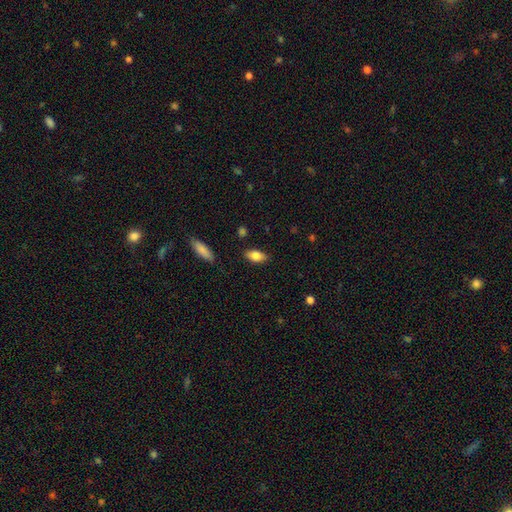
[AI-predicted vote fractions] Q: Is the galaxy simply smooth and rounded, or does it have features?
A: smooth — 79%.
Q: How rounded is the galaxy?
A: in between — 87%.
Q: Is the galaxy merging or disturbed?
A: none — 84%.